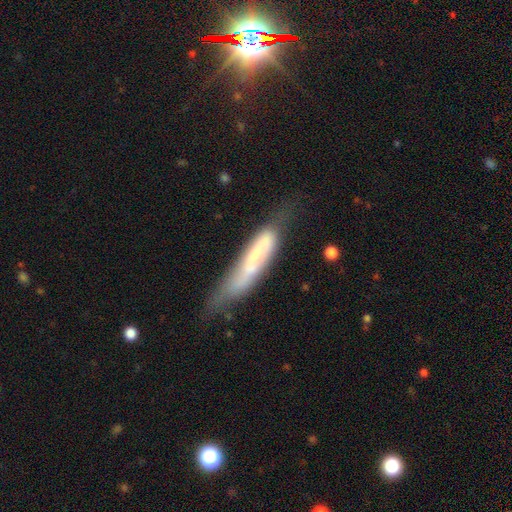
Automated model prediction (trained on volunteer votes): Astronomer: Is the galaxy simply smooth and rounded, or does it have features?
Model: smooth — 50% (runner-up: featured or disk, 43%).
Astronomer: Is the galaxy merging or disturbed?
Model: none — 40% (runner-up: minor disturbance, 31%).